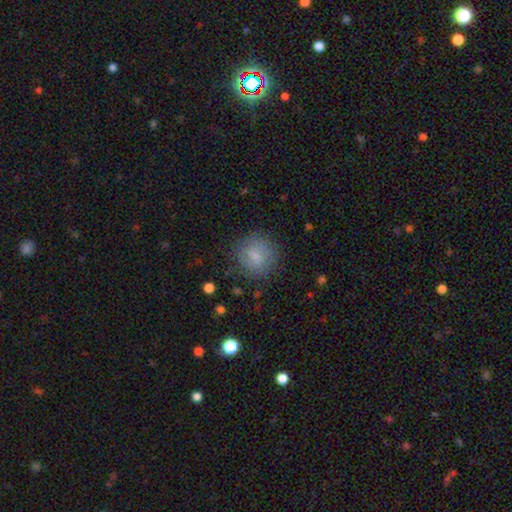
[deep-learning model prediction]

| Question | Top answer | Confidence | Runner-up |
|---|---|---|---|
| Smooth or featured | smooth | 69% | featured or disk (22%) |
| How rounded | round | 83% | in between (15%) |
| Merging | none | 80% | minor disturbance (14%) |